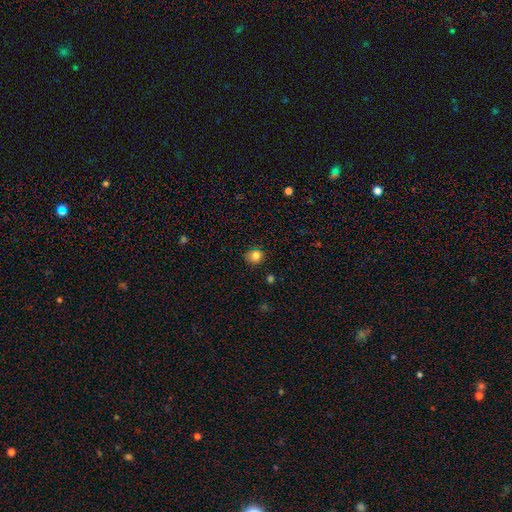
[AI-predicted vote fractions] smooth 82%, star or artifact 12%, featured or disk 6%. Down the decision tree: how rounded — round (81%); merging — none (84%).